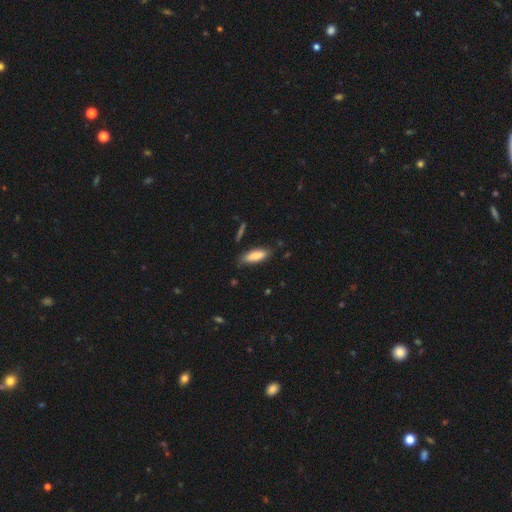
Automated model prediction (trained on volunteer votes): smooth-or-featured: smooth: 83% | featured or disk: 11% | star or artifact: 6%
  how-rounded: in between: 62% | cigar-shaped: 36% | round: 2%
  merging: none: 78% | minor disturbance: 17% | major disturbance: 3% | merger: 2%